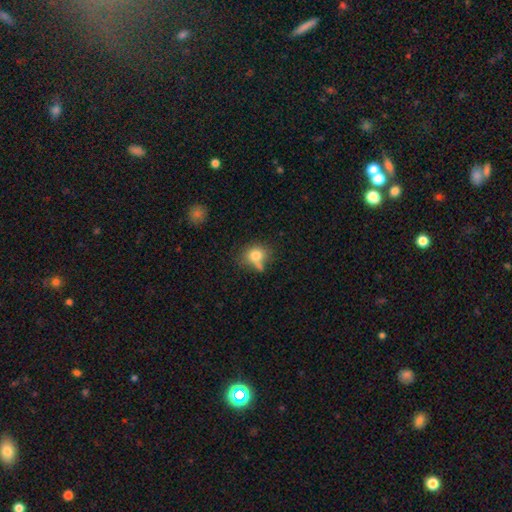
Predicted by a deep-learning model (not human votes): A smooth galaxy with no disk features (77%) that is round (62%). Merging: none (49%).